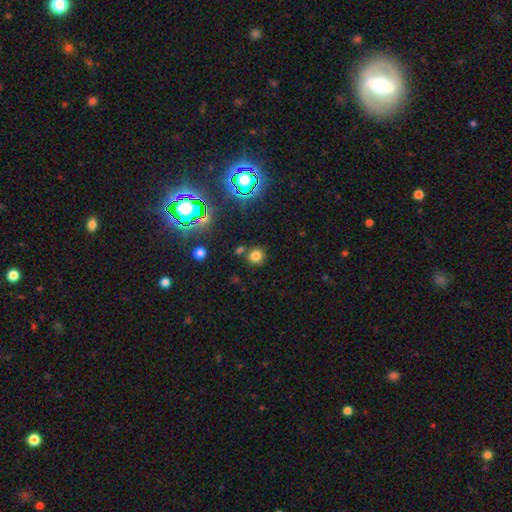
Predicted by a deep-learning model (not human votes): The model was most divided on "smooth or featured": smooth: 72%, star or artifact: 22%, featured or disk: 6%. More confident: how rounded — round (89%); merging — none (77%).